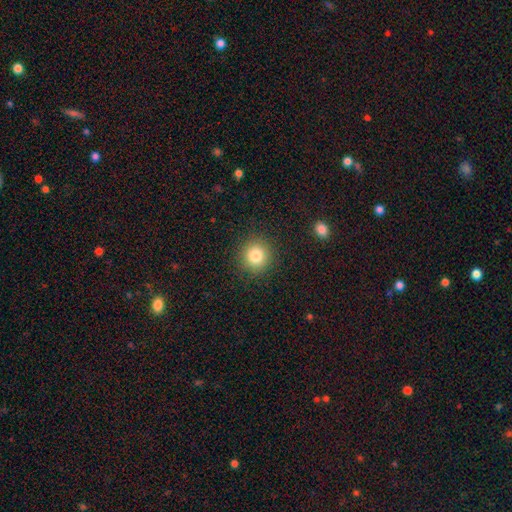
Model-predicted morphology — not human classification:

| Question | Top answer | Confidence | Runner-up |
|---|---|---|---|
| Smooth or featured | smooth | 82% | star or artifact (11%) |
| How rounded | round | 91% | in between (9%) |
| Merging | none | 90% | minor disturbance (7%) |